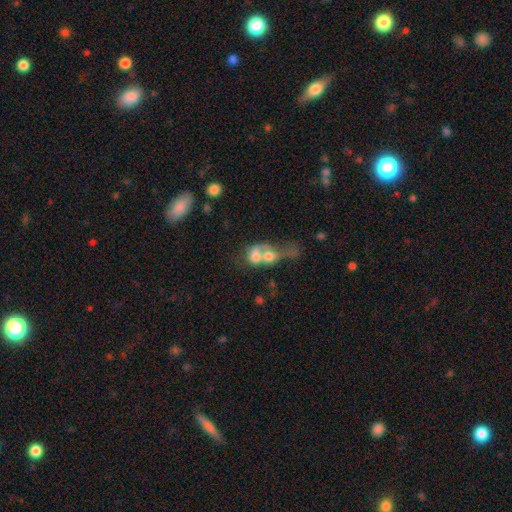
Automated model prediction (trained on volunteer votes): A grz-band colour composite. It shows a smooth galaxy with no disk features (61%) that is in between round and cigar-shaped (51%). Merging: merger (77%).